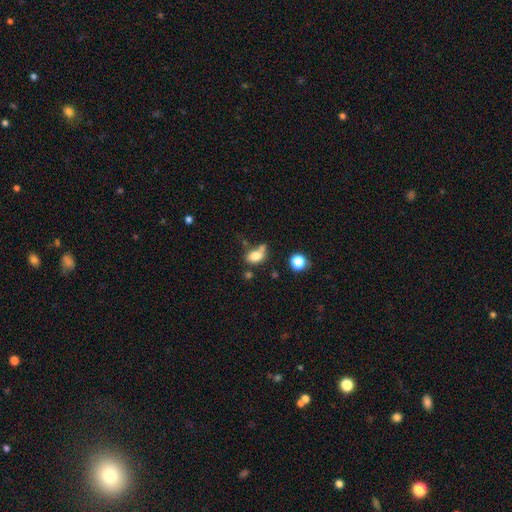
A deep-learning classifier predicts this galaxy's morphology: Smooth or featured? Predicted: smooth (p=0.79). How rounded? Predicted: in between (p=0.80). Merging? Predicted: none (p=0.43).